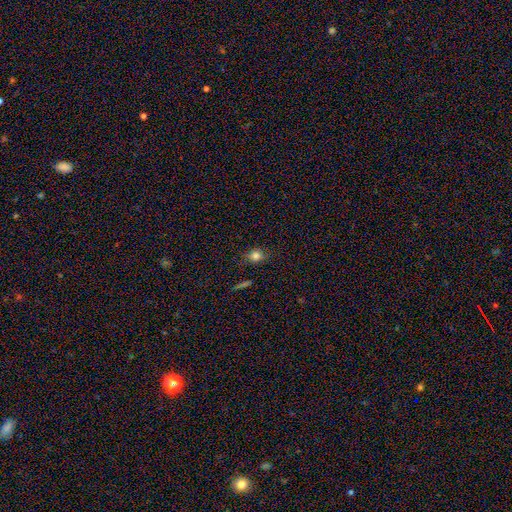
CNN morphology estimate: type=smooth (78%); roundness=round (57%); merging=none (82%).